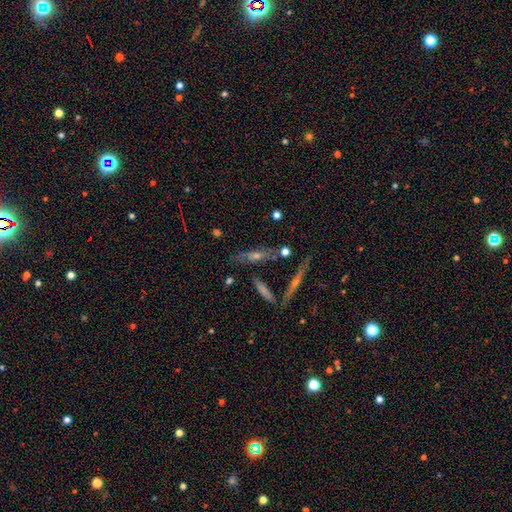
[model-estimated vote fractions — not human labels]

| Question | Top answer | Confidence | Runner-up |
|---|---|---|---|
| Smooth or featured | featured or disk | 59% | smooth (27%) |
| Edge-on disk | yes | 75% | no (25%) |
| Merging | none | 70% | minor disturbance (15%) |